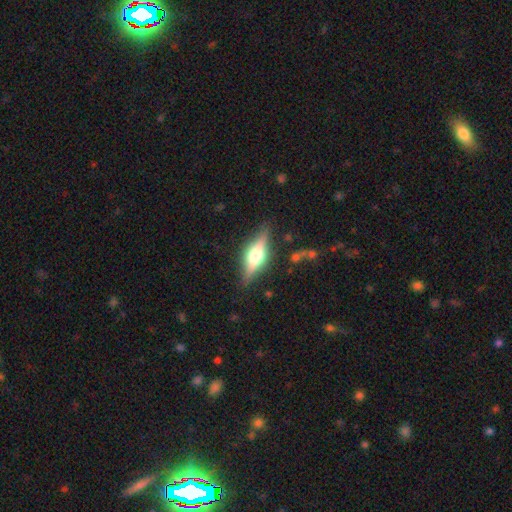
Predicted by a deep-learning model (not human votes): featured or disk 63%, smooth 30%, star or artifact 7%. Down the decision tree: edge-on disk — yes (92%); edge-on bulge — rounded (93%); merging — none (82%).